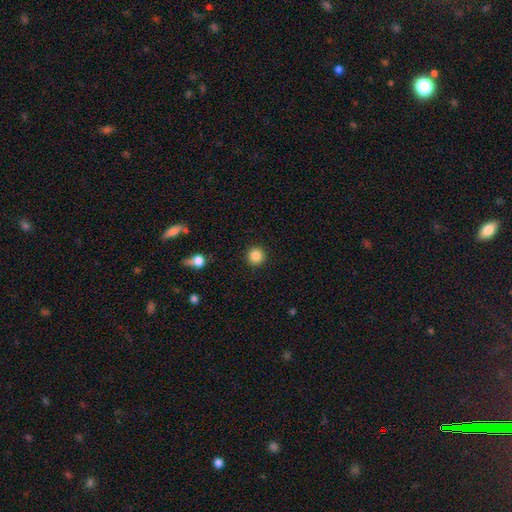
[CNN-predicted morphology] Smooth or featured: smooth — 87% (star or artifact — 10%)
How rounded: round — 95% (in between — 4%)
Merging: none — 92% (minor disturbance — 4%)